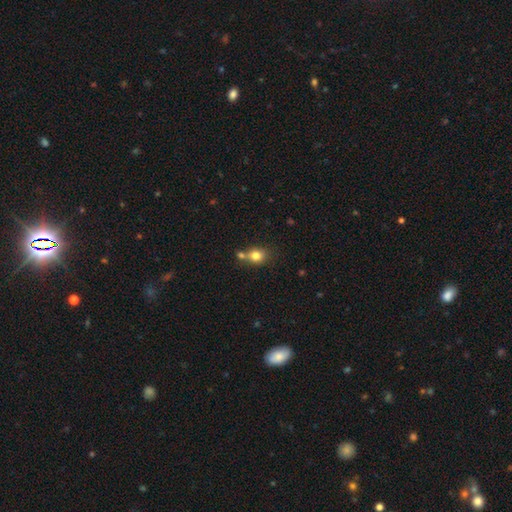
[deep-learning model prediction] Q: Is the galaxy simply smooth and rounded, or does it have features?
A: smooth — 80%.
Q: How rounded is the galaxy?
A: round — 61%.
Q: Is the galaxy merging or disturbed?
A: none — 50%.